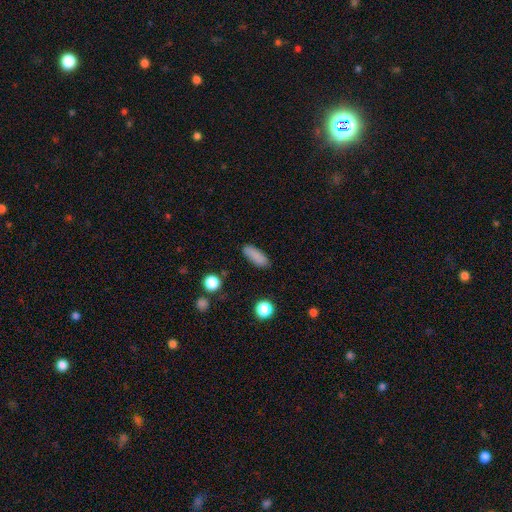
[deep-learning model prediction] Smooth or featured: smooth — 86% (star or artifact — 8%)
How rounded: in between — 62% (cigar-shaped — 35%)
Merging: none — 85% (minor disturbance — 11%)